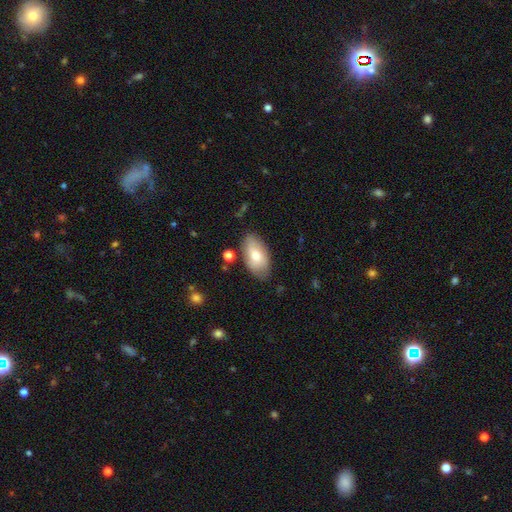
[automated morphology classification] Smooth or featured: smooth — 71% (featured or disk — 23%)
How rounded: in between — 94% (round — 4%)
Merging: none — 75% (minor disturbance — 18%)